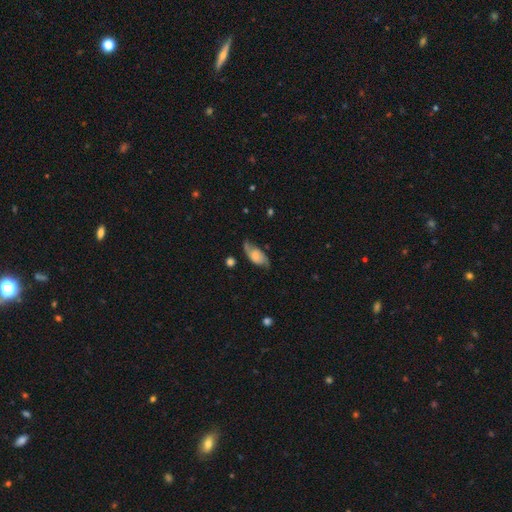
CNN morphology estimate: A featured or disk galaxy (50%). Merging: none (59%).